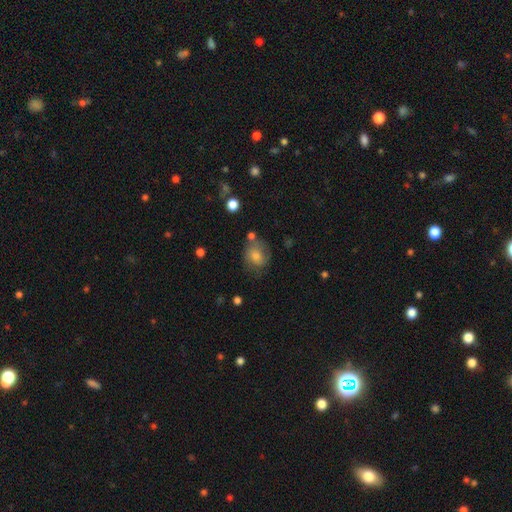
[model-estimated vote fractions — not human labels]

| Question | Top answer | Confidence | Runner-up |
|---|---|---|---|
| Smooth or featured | smooth | 66% | featured or disk (22%) |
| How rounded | round | 62% | in between (37%) |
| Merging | none | 64% | minor disturbance (21%) |